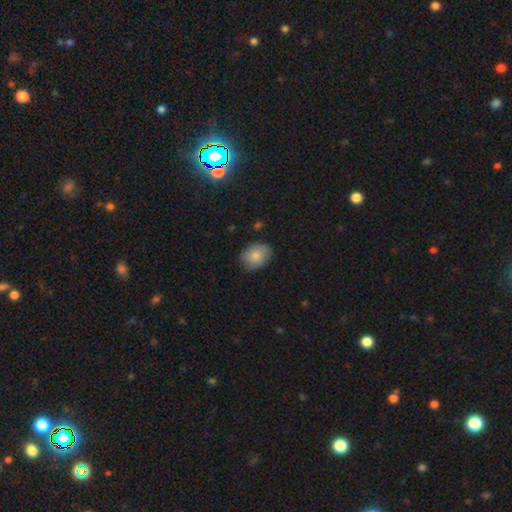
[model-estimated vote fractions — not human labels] Morphology: type=smooth (81%); roundness=in between (67%); merging=none (80%).